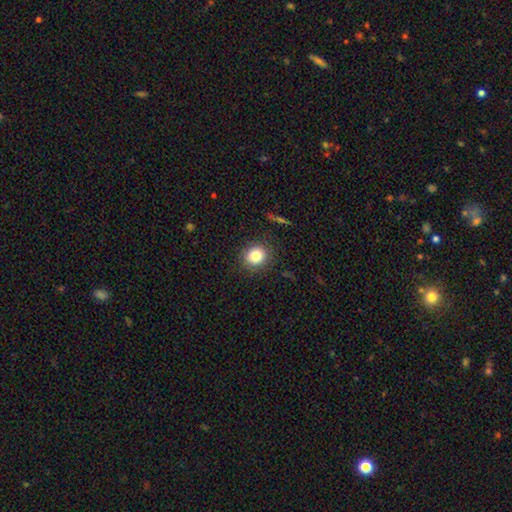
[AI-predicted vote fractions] Smooth or featured? smooth (81%)
How rounded? round (81%)
Merging? none (87%)